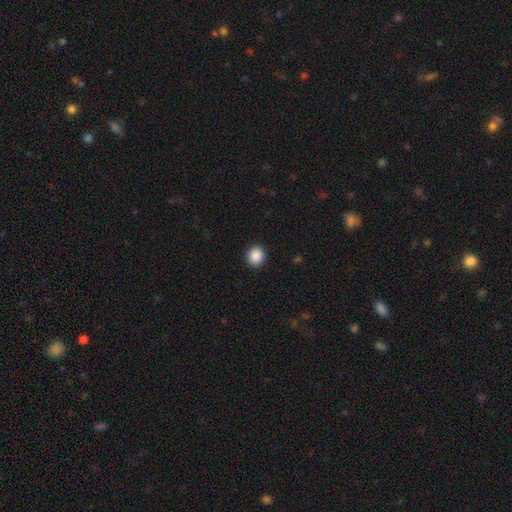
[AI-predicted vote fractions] Smooth or featured? Predicted: smooth (p=0.89). How rounded? Predicted: round (p=0.86). Merging? Predicted: none (p=0.92).